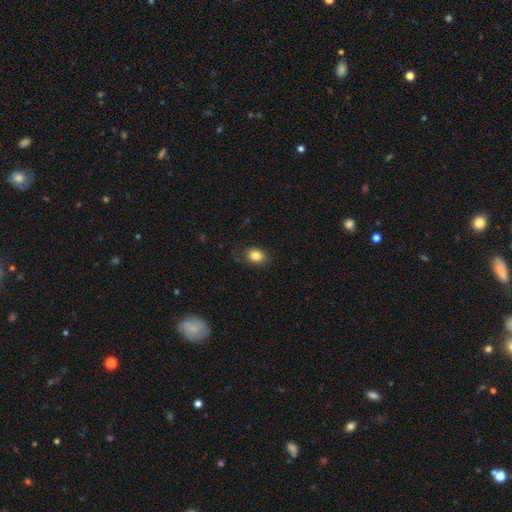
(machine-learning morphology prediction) This is clearly a smooth galaxy (82%). How rounded: likely in between (67%). Merging: likely none (79%).